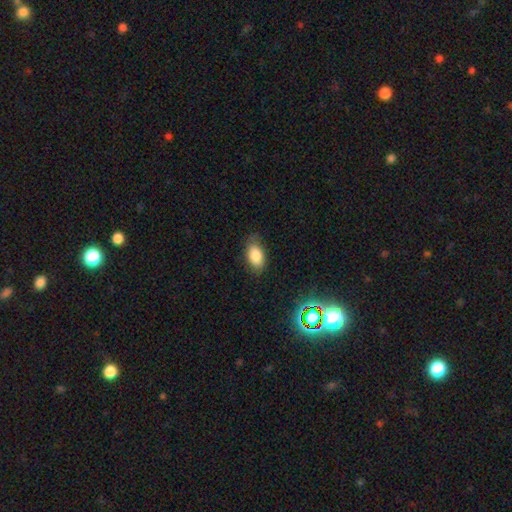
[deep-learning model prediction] Overall: smooth (84%). How rounded: in between (91%). Merging: none (77%).